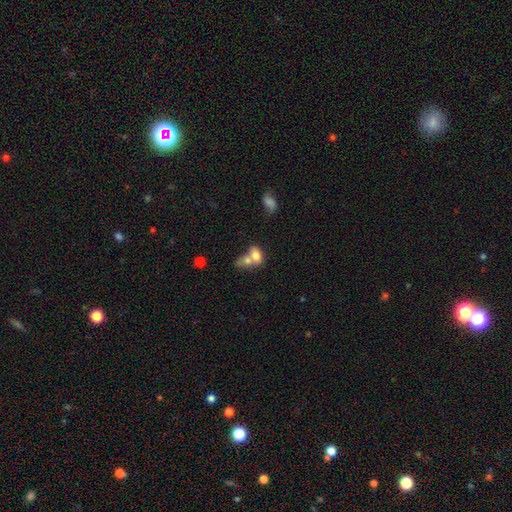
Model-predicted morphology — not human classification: A smooth galaxy with no disk features (75%) that is in between round and cigar-shaped (84%). Merging: merger (67%).